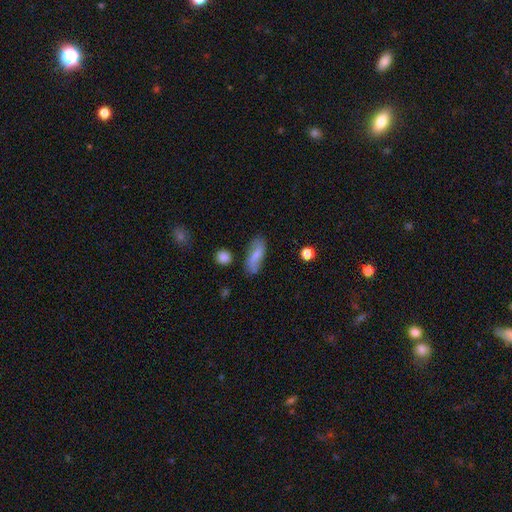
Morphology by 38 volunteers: type=smooth (58%); roundness=in between (64%); merging=none (68%).